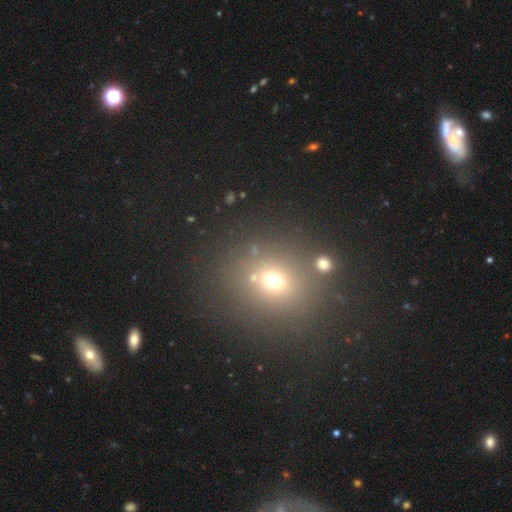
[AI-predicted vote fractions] smooth_or_featured: smooth (p=0.53) [alt: star or artifact p=0.32]
how_rounded: round (p=0.73) [alt: in between p=0.25]
merging: none (p=0.83) [alt: minor disturbance p=0.09]